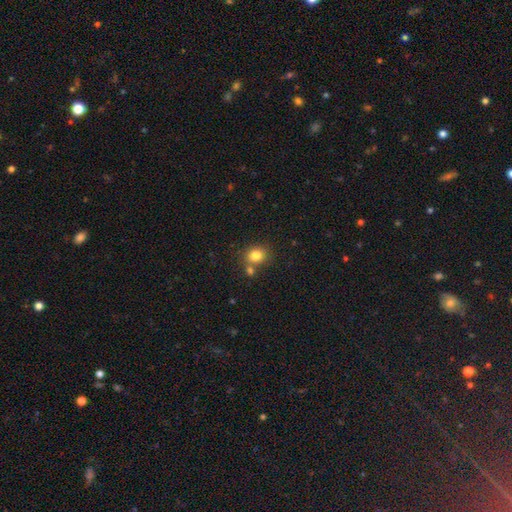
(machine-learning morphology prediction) Smooth or featured?
  - smooth: 81% *
  - star or artifact: 12%
  - featured or disk: 7%
How rounded?
  - round: 64% *
  - in between: 35%
  - cigar-shaped: 1%
Merging?
  - none: 63% *
  - merger: 23%
  - minor disturbance: 11%
  - major disturbance: 3%